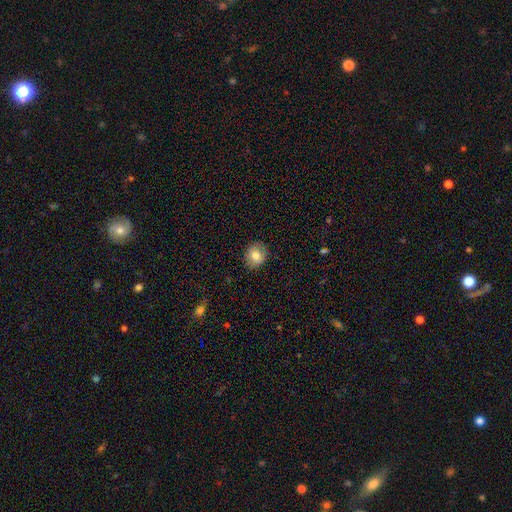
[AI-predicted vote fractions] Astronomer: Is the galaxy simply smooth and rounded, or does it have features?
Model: smooth — 78%.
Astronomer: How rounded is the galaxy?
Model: round — 75%.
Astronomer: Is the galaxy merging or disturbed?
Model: none — 86%.